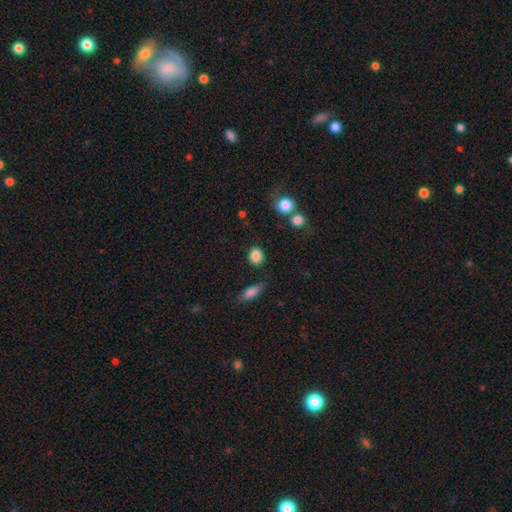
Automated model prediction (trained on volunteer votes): This appears to be a smooth galaxy with no disk features (87%) that is round (68%). Merging: none (81%).